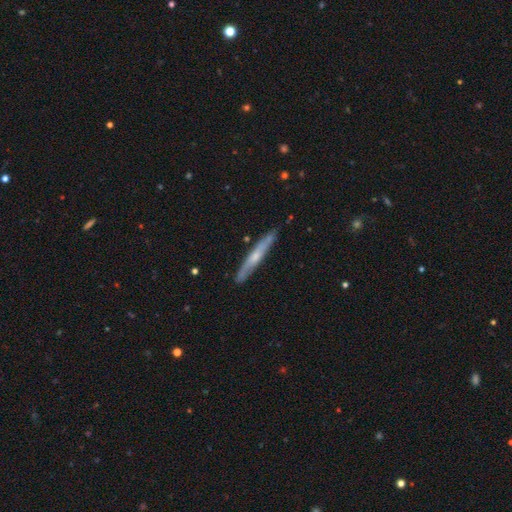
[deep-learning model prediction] Overall: featured or disk (56%; smooth 38%). Edge-on disk: yes (91%). Edge-on bulge: rounded (55%; none 40%). Merging: none (85%).